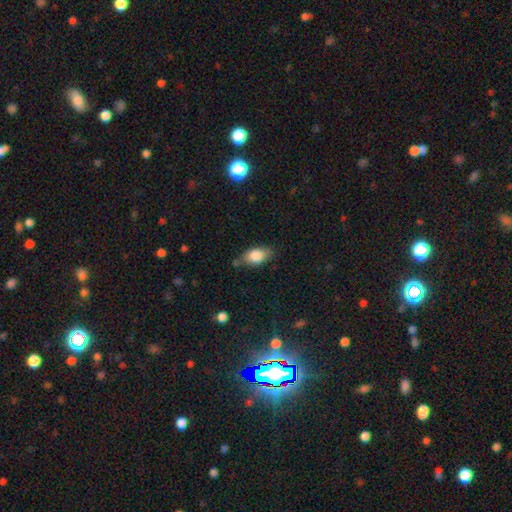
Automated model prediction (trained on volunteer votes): smooth 81%, featured or disk 11%, star or artifact 7%. Down the decision tree: how rounded — in between (88%); merging — none (70%).